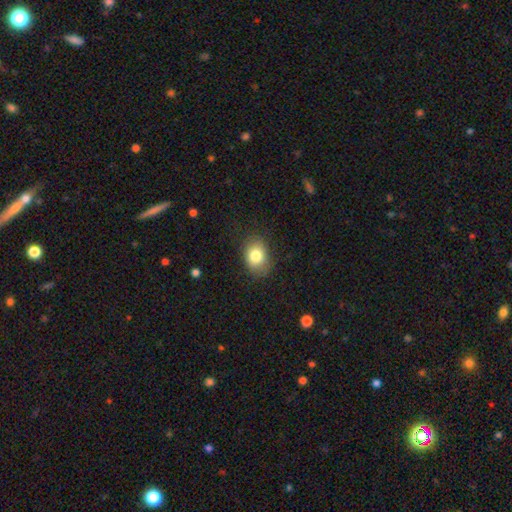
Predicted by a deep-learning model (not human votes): Overall: smooth (81%). How rounded: in between (64%; round 35%). Merging: none (78%).